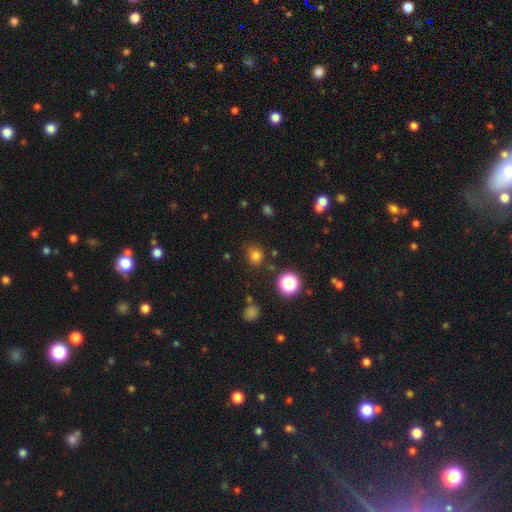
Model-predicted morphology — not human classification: type=smooth (76%); roundness=round (81%); merging=none (79%).